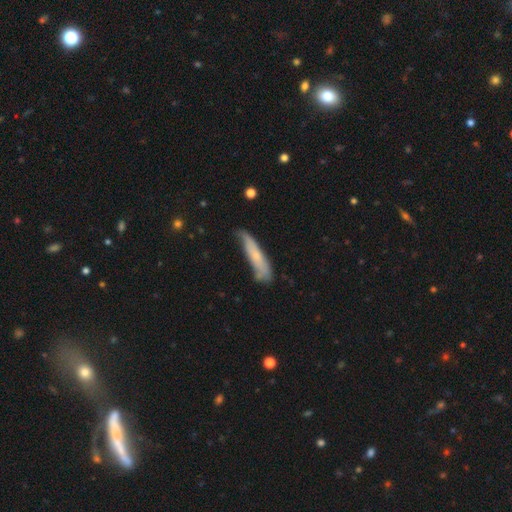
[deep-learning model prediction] smooth_or_featured: smooth (p=0.61) [alt: featured or disk p=0.32]
how_rounded: cigar-shaped (p=0.82) [alt: in between p=0.16]
merging: none (p=0.54) [alt: minor disturbance p=0.33]